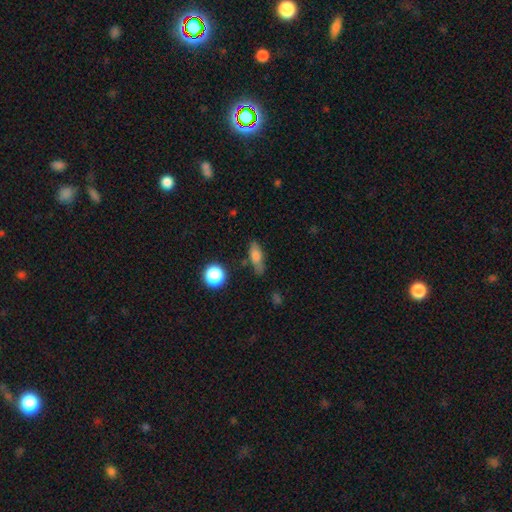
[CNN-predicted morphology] This is likely a smooth galaxy (73%). How rounded: possibly in between (58%). Merging: likely none (63%).